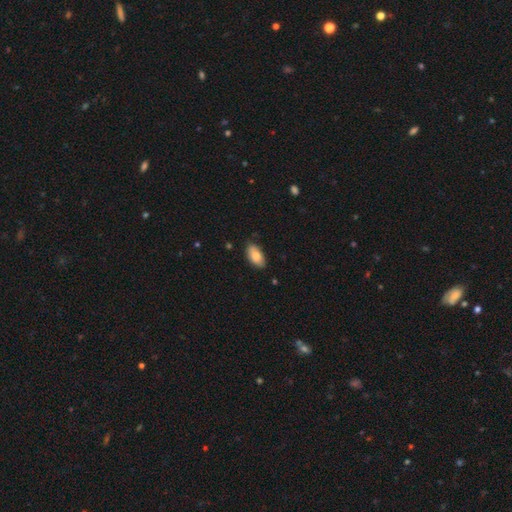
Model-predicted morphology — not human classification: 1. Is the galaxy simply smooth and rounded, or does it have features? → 83% smooth, 10% featured or disk, 6% star or artifact.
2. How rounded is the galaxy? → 94% in between, 4% cigar-shaped, 3% round.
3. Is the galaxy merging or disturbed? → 80% none, 16% minor disturbance, 2% major disturbance, 1% merger.